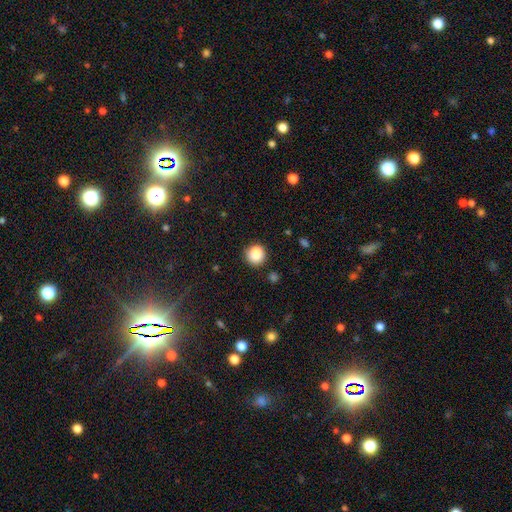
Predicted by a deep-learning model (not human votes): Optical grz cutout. It shows a smooth galaxy with no disk features (83%) that is round (86%). Merging: none (77%).